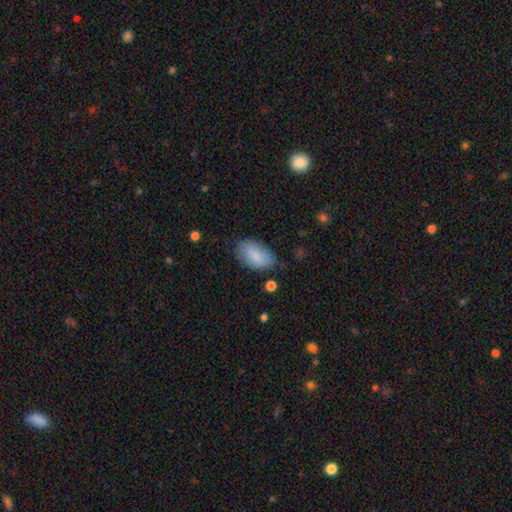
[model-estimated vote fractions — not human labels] The model was most divided on "merging": none: 78%, minor disturbance: 17%, major disturbance: 4%, merger: 2%. More confident: how rounded — in between (94%); smooth or featured — smooth (85%).